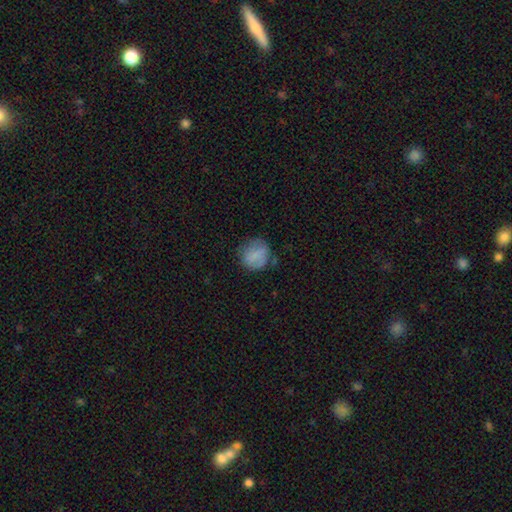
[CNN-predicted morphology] Smooth or featured? smooth (72%)
How rounded? round (79%)
Merging? none (61%)